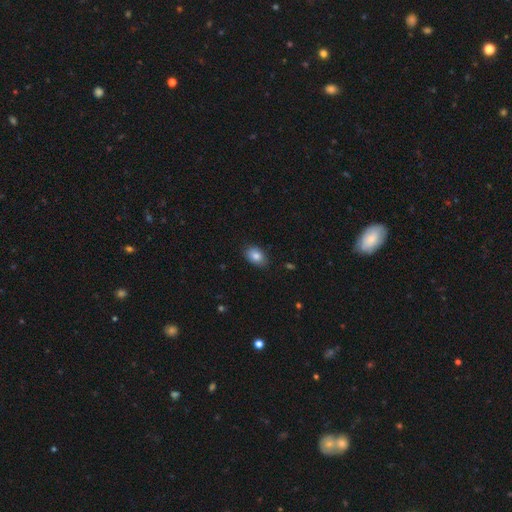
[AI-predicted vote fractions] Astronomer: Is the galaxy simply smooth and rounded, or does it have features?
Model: smooth — 84%.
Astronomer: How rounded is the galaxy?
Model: in between — 83%.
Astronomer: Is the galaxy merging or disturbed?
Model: none — 83%.